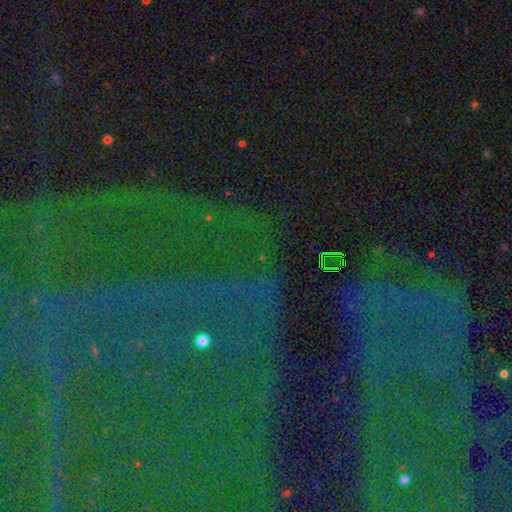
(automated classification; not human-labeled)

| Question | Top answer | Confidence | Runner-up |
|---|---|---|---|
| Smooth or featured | star or artifact | 82% | featured or disk (9%) |